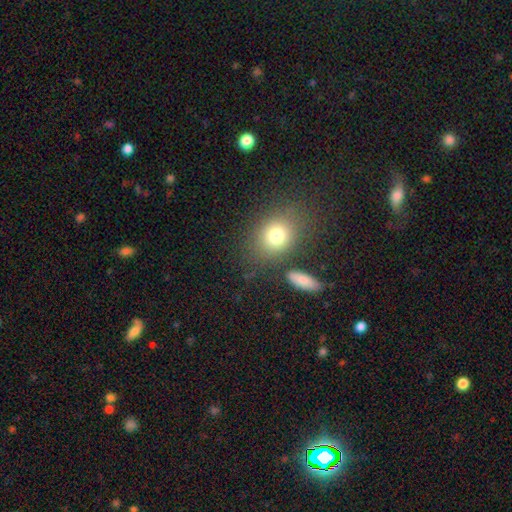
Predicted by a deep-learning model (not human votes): smooth-or-featured: smooth: 67% | star or artifact: 22% | featured or disk: 10%
  how-rounded: in between: 50% | round: 48% | cigar-shaped: 2%
  merging: none: 78% | minor disturbance: 10% | merger: 8% | major disturbance: 4%